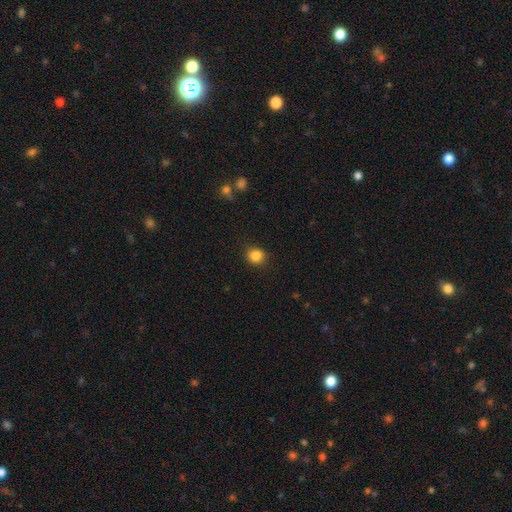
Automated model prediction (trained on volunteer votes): A smooth galaxy with no disk features (86%) that is round (79%).

Vote fractions:
- Smooth or featured? smooth: 86% / star or artifact: 11% / featured or disk: 4%
- How rounded? round: 79% / in between: 20% / cigar-shaped: 1%
- Merging? none: 87% / minor disturbance: 9% / major disturbance: 3% / merger: 1%